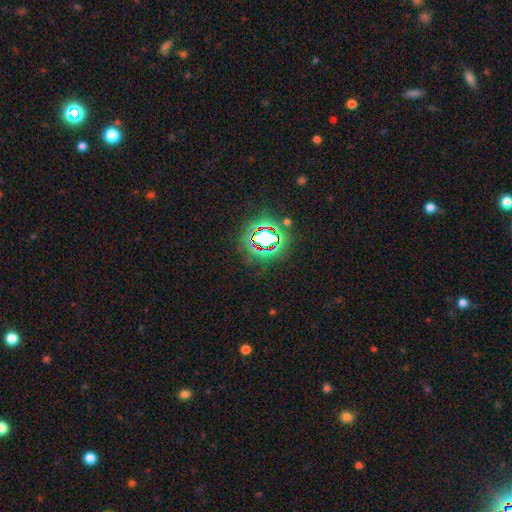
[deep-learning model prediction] A star or artifact, not a galaxy (79%).

Vote fractions:
- Smooth or featured? star or artifact: 79% / smooth: 14% / featured or disk: 7%